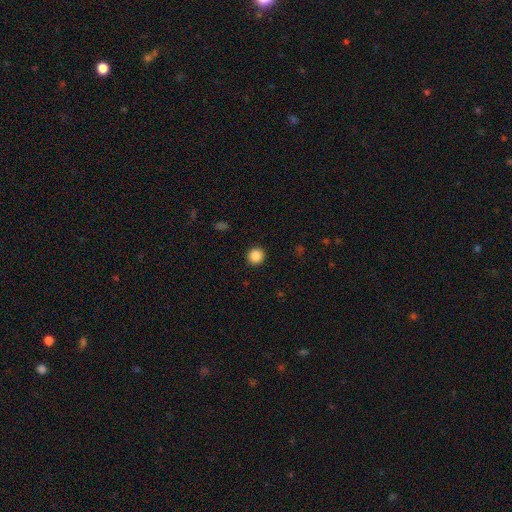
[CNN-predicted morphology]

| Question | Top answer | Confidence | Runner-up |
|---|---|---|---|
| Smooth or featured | smooth | 87% | star or artifact (10%) |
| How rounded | round | 94% | in between (5%) |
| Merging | none | 93% | minor disturbance (5%) |